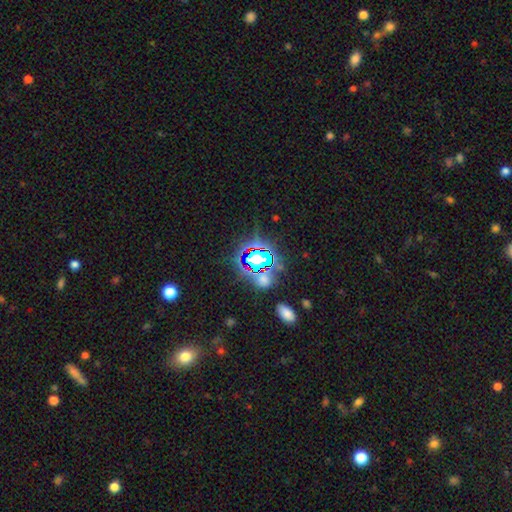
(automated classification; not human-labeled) Overall: star or artifact (76%).